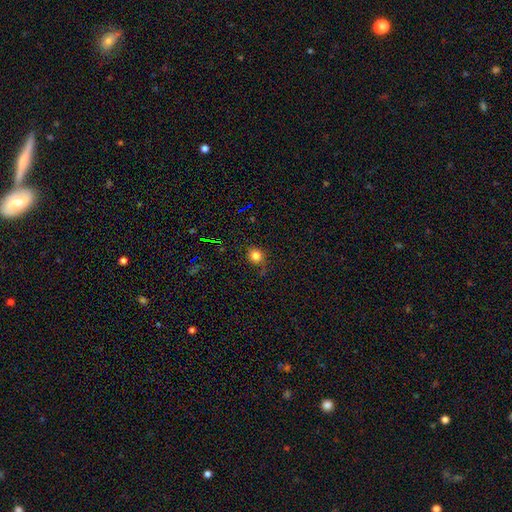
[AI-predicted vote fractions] smooth 78%, star or artifact 14%, featured or disk 8%. Down the decision tree: how rounded — round (81%); merging — none (68%).